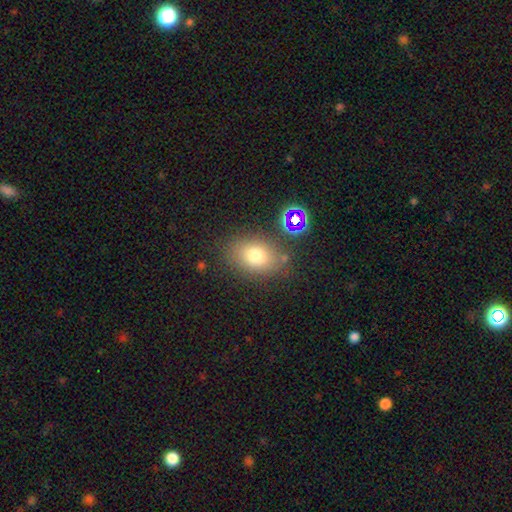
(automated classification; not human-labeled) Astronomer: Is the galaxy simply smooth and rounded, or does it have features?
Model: smooth — 75%.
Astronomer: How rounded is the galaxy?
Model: in between — 72%.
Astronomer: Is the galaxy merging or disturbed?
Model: none — 76%.